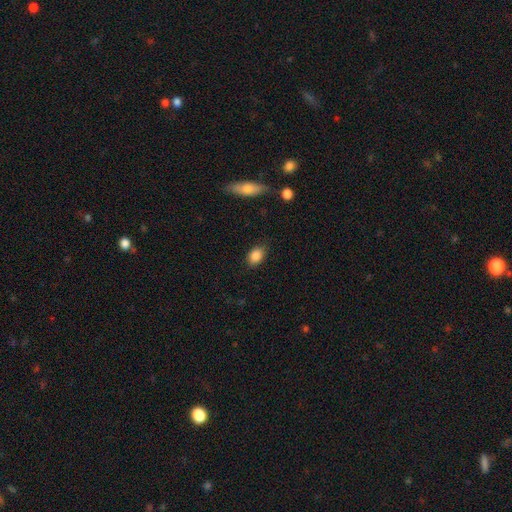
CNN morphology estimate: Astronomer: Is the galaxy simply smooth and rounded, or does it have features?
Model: smooth — 87%.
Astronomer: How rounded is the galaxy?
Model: in between — 78%.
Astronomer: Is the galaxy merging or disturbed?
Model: none — 83%.